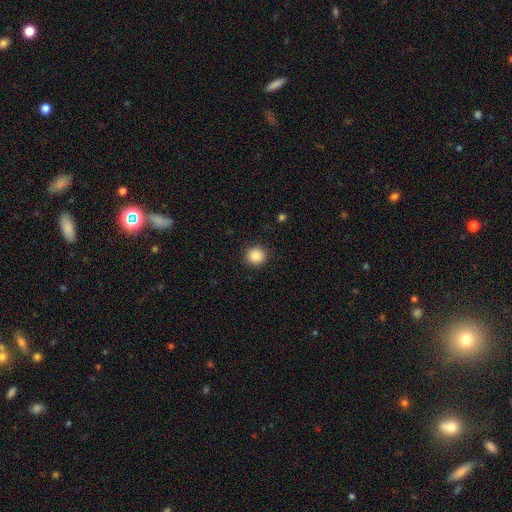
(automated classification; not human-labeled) Smooth or featured? smooth (87%)
How rounded? round (92%)
Merging? none (91%)